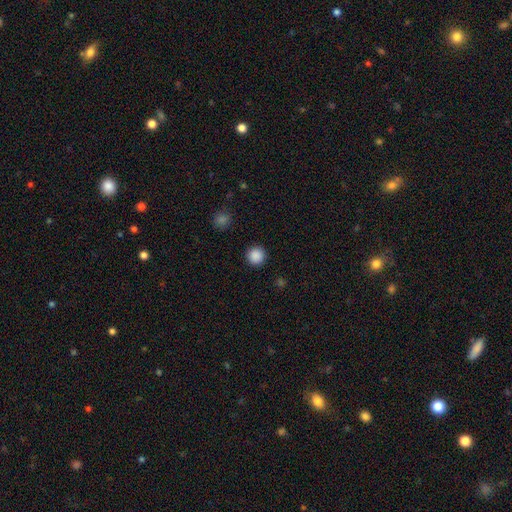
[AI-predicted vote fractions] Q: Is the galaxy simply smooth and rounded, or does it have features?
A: smooth — 88%.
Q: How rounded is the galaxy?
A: round — 96%.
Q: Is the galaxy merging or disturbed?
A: none — 93%.